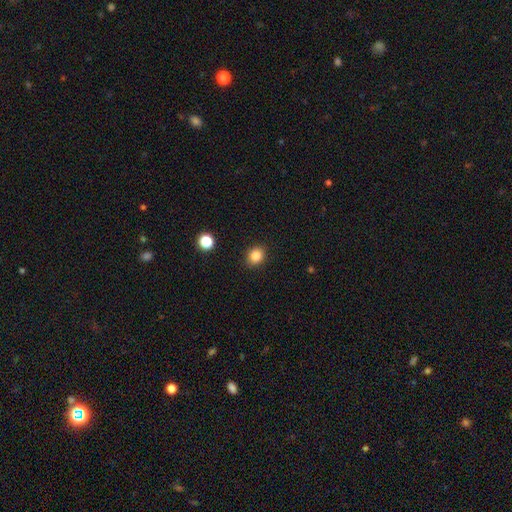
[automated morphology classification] Smooth or featured? Predicted: smooth (p=0.84). How rounded? Predicted: round (p=0.67). Merging? Predicted: none (p=0.89).